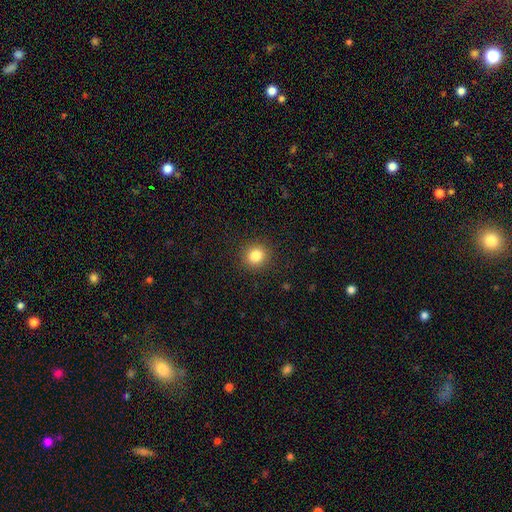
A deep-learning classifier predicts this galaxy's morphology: Smooth or featured? Predicted: smooth (p=0.83). How rounded? Predicted: round (p=0.86). Merging? Predicted: none (p=0.91).